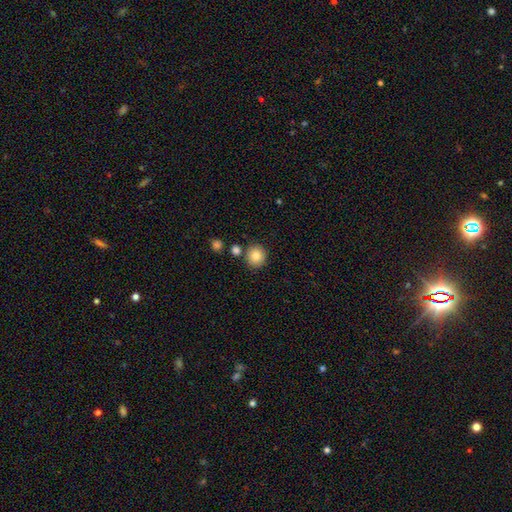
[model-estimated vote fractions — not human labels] Overall: smooth (84%). How rounded: round (91%). Merging: none (82%).